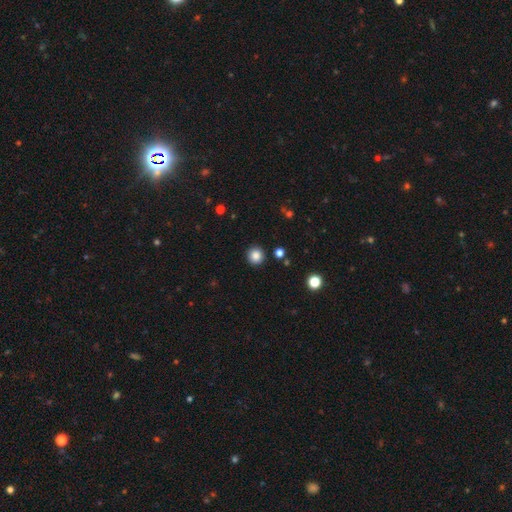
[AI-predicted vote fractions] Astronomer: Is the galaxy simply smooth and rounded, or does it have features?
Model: smooth — 85%.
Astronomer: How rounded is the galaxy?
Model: round — 94%.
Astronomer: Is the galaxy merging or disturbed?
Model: none — 91%.